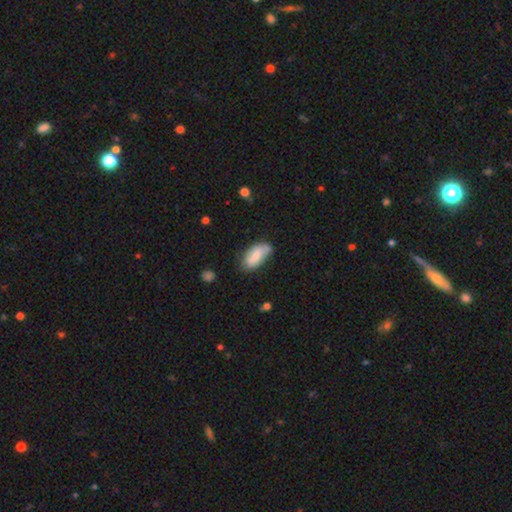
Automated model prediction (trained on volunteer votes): Q: Smooth or featured?
A: smooth (71%); runner-up: featured or disk (22%)
Q: How rounded?
A: in between (88%); runner-up: cigar-shaped (9%)
Q: Merging?
A: none (54%); runner-up: minor disturbance (32%)